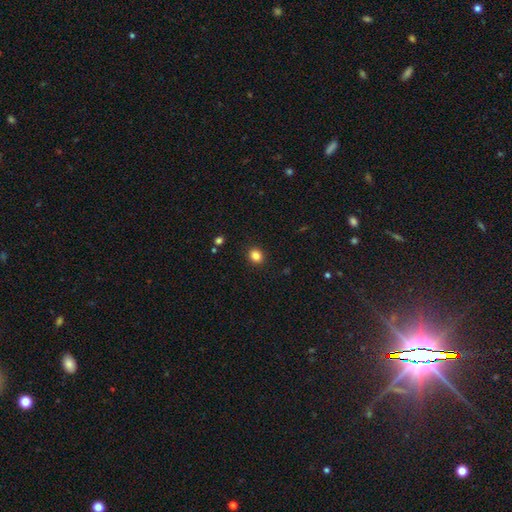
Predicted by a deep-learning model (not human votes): smooth_or_featured: smooth (p=0.85) [alt: star or artifact p=0.11]
how_rounded: round (p=0.71) [alt: in between p=0.28]
merging: none (p=0.91) [alt: minor disturbance p=0.06]